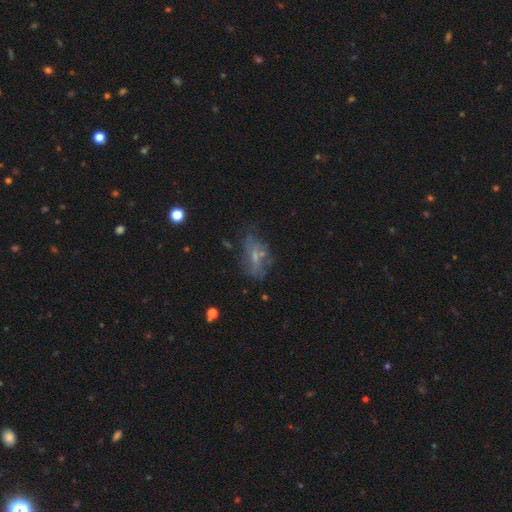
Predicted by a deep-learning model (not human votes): A featured or disk galaxy (48%).

Vote fractions:
- Smooth or featured? featured or disk: 48% / smooth: 37% / star or artifact: 15%
- Merging? none: 51% / minor disturbance: 23% / major disturbance: 20% / merger: 6%